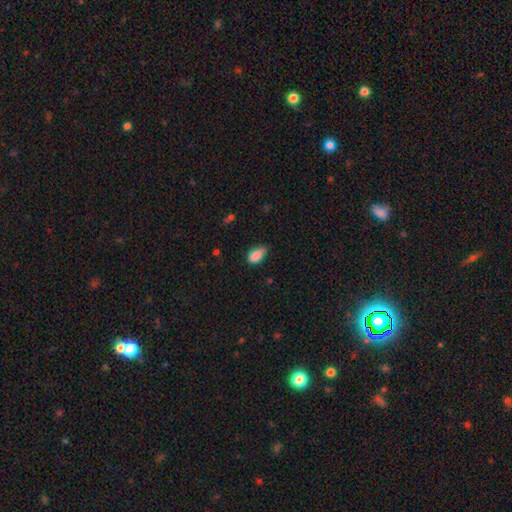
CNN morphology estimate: Overall: smooth (87%). How rounded: in between (91%). Merging: none (53%; minor disturbance 38%).